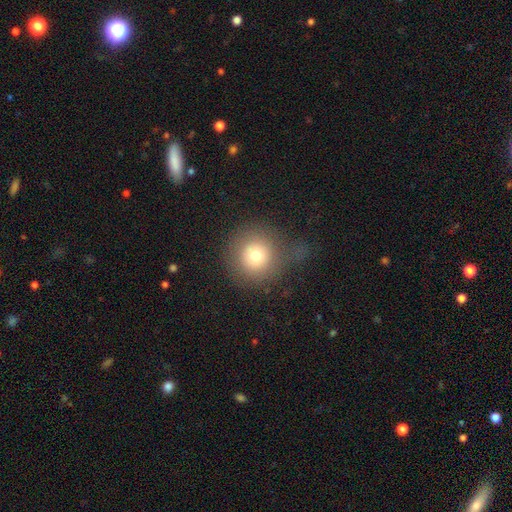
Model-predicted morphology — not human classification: A smooth galaxy with no disk features (74%) that is round (93%). Merging: none (63%).